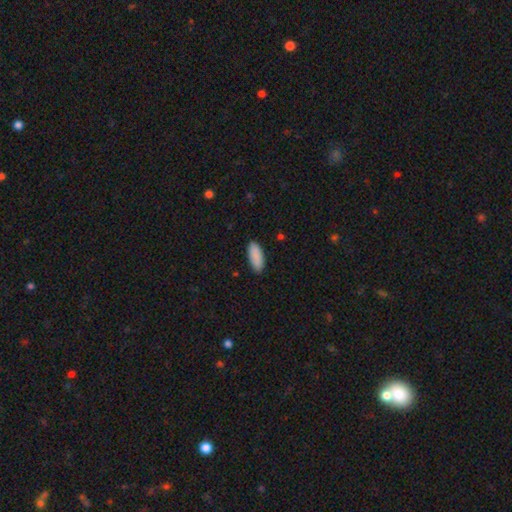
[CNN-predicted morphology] Smooth or featured? Predicted: smooth (p=0.90). How rounded? Predicted: in between (p=0.81). Merging? Predicted: none (p=0.88).